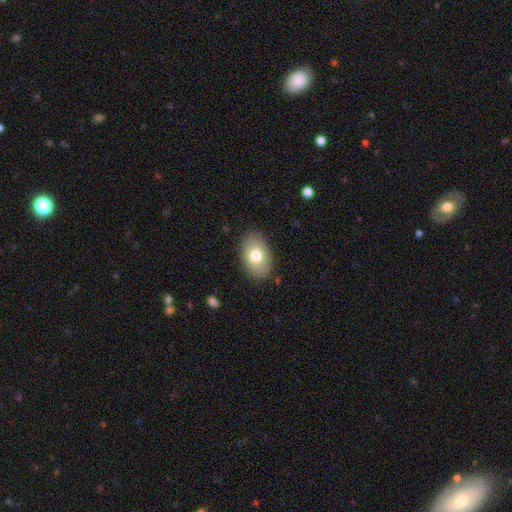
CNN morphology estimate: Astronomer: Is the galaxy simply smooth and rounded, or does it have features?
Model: smooth — 76%.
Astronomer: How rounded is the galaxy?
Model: in between — 89%.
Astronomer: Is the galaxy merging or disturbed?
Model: none — 86%.